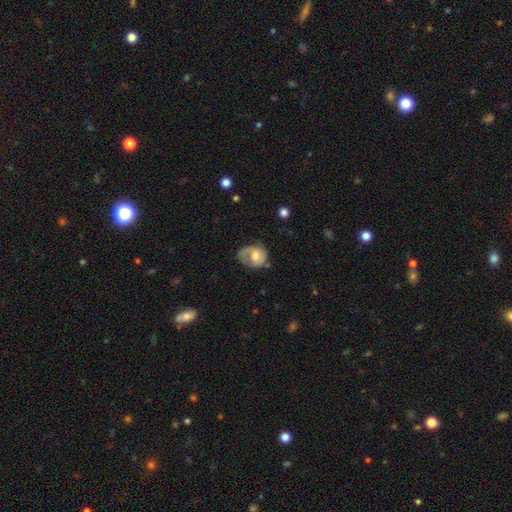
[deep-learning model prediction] A featured or disk galaxy (52%) with no bar (62%), spiral arms (74%) and a moderate central bulge (57%). Merging: none (41%).